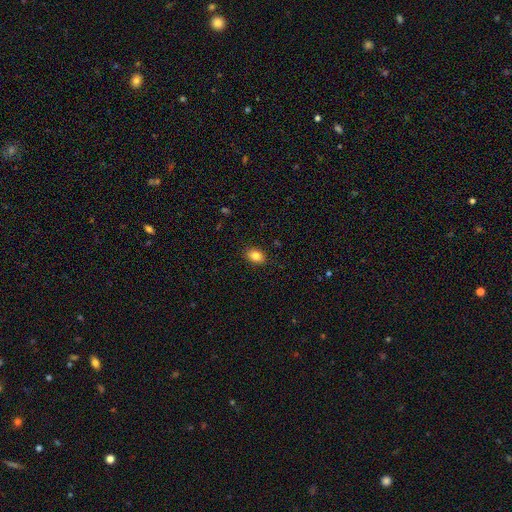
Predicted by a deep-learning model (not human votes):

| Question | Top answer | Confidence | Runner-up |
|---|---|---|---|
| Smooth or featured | smooth | 84% | star or artifact (9%) |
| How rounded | in between | 77% | round (22%) |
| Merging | none | 88% | minor disturbance (9%) |